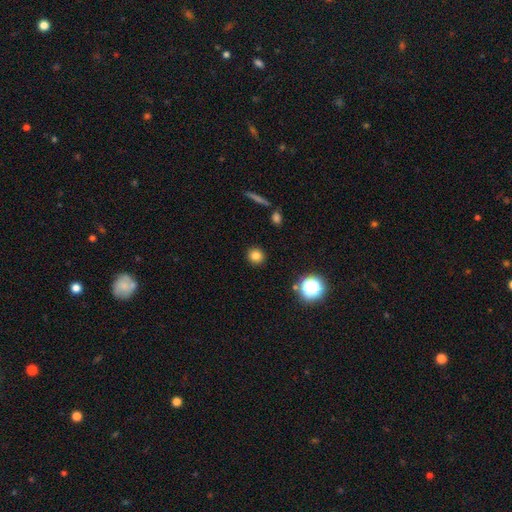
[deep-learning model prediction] Smooth or featured?
  - smooth: 80% *
  - star or artifact: 14%
  - featured or disk: 6%
How rounded?
  - round: 91% *
  - in between: 8%
  - cigar-shaped: 1%
Merging?
  - none: 91% *
  - minor disturbance: 6%
  - major disturbance: 2%
  - merger: 1%